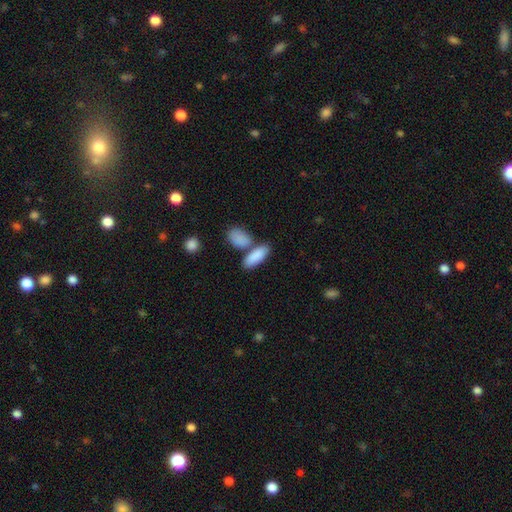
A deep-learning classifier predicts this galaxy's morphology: smooth_or_featured: smooth (p=0.88) [alt: featured or disk p=0.07]
how_rounded: in between (p=0.80) [alt: cigar-shaped p=0.17]
merging: none (p=0.58) [alt: merger p=0.27]